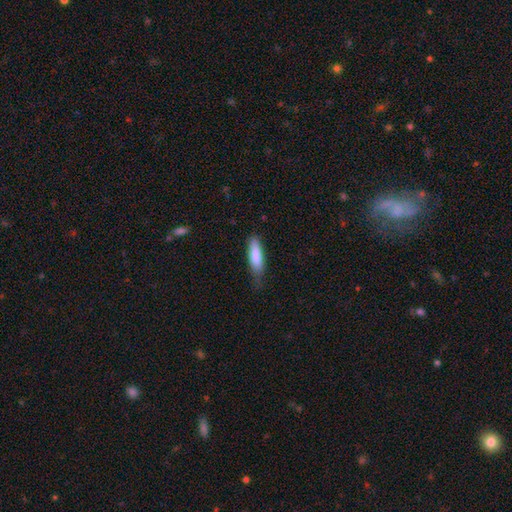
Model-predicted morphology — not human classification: A smooth galaxy with no disk features (85%) that is cigar-shaped (58%). Merging: none (62%).